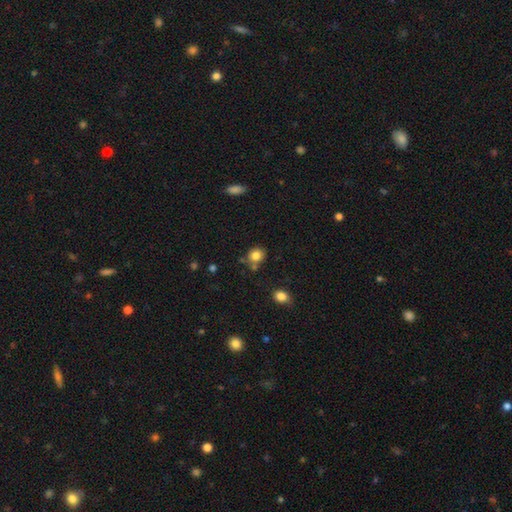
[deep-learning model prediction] This is clearly a smooth galaxy (82%). How rounded: likely round (75%). Merging: likely none (68%).